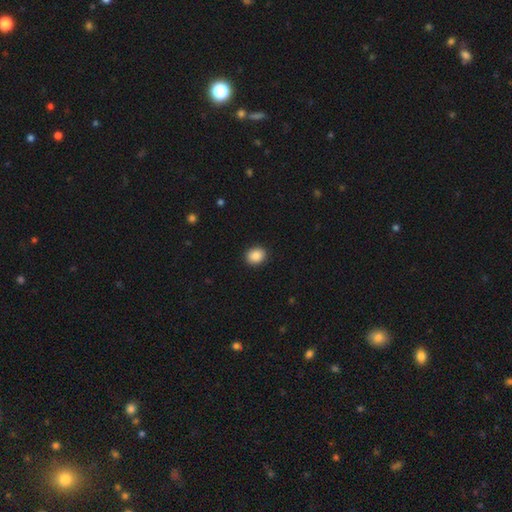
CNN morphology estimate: smooth 88%, star or artifact 8%, featured or disk 3%. Down the decision tree: how rounded — round (61%); merging — none (91%).